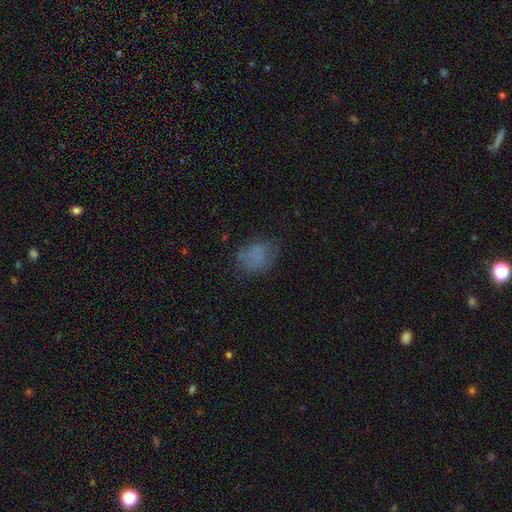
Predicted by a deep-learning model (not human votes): The model was most divided on "how rounded": in between: 62%, round: 37%, cigar-shaped: 1%. More confident: smooth or featured — smooth (68%); merging — none (60%).